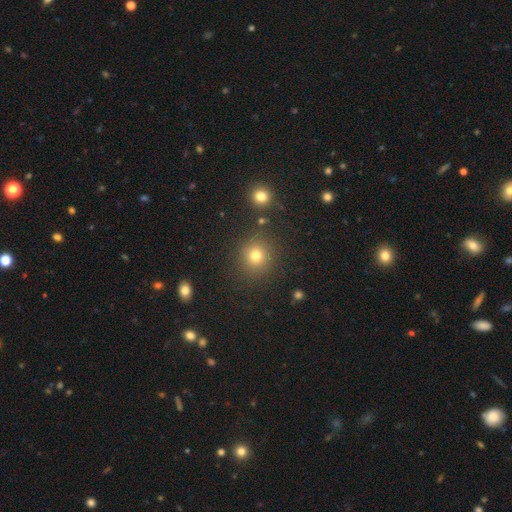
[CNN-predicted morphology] A smooth galaxy with no disk features (76%) that is round (90%). Merging: none (86%).